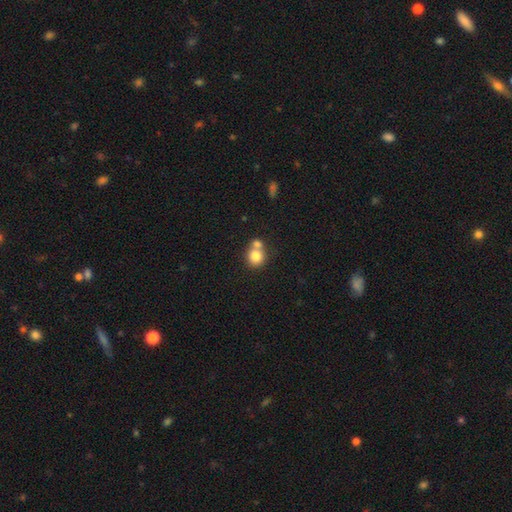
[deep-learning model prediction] Smooth or featured? Predicted: smooth (p=0.80). How rounded? Predicted: round (p=0.84). Merging? Predicted: merger (p=0.45, tied with none).